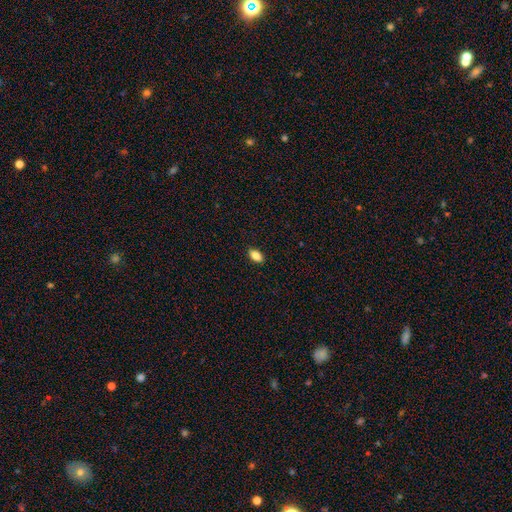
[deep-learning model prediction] The model was most divided on "smooth or featured": smooth: 84%, star or artifact: 8%, featured or disk: 8%. More confident: how rounded — in between (89%); merging — none (89%).